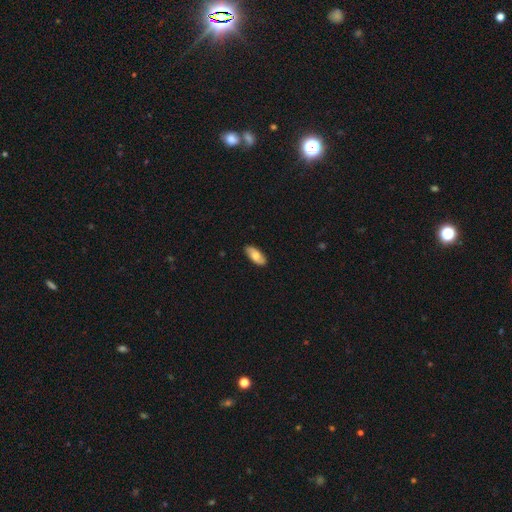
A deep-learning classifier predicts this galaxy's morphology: Smooth or featured? smooth (66%)
How rounded? in between (86%)
Merging? none (87%)